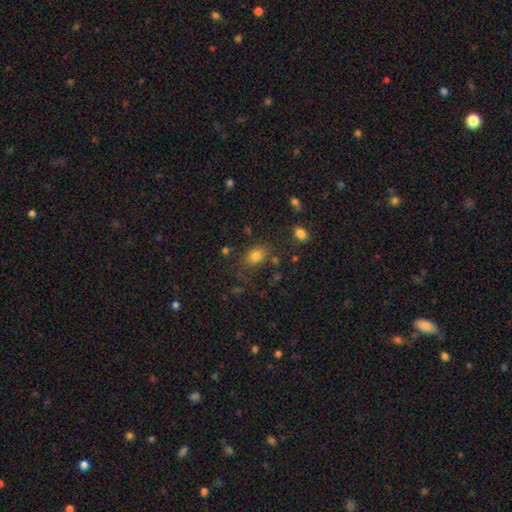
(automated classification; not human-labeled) Overall: smooth (80%). How rounded: in between (70%). Merging: none (71%).